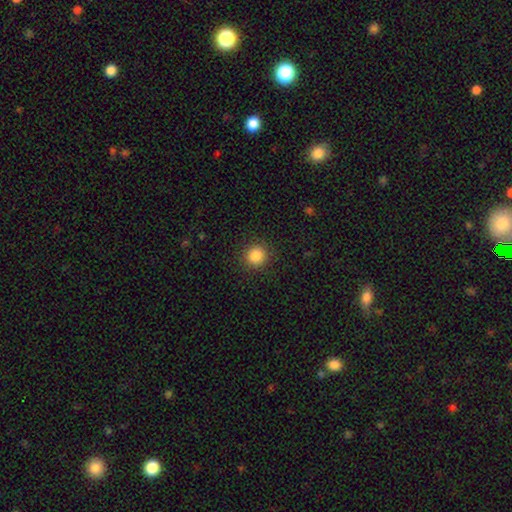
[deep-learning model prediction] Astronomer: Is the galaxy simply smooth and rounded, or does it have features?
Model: smooth — 86%.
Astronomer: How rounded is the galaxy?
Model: round — 92%.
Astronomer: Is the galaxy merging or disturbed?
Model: none — 90%.